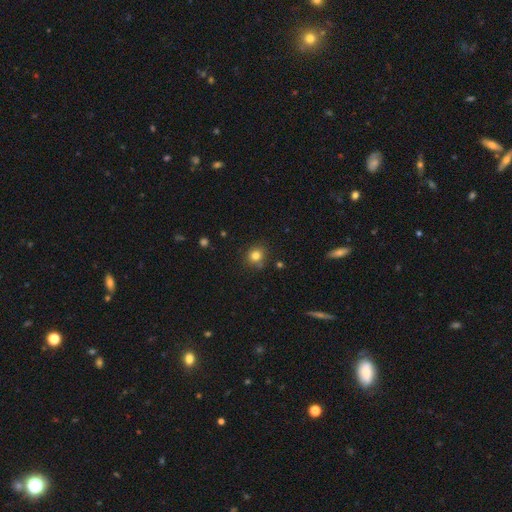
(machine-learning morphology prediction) smooth 80%, star or artifact 13%, featured or disk 7%. Down the decision tree: how rounded — round (81%); merging — none (80%).